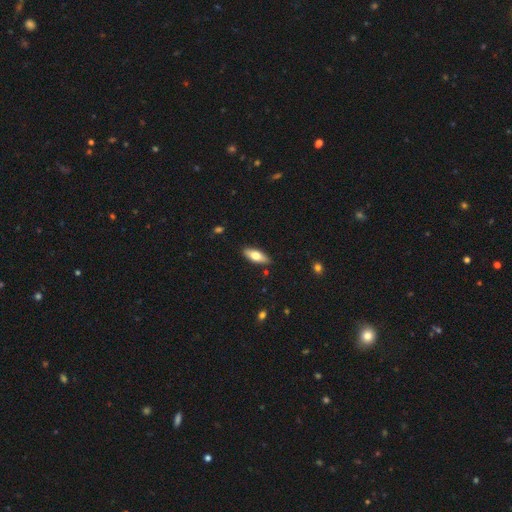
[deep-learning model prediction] Smooth or featured? smooth (66%)
How rounded? in between (68%)
Merging? none (87%)